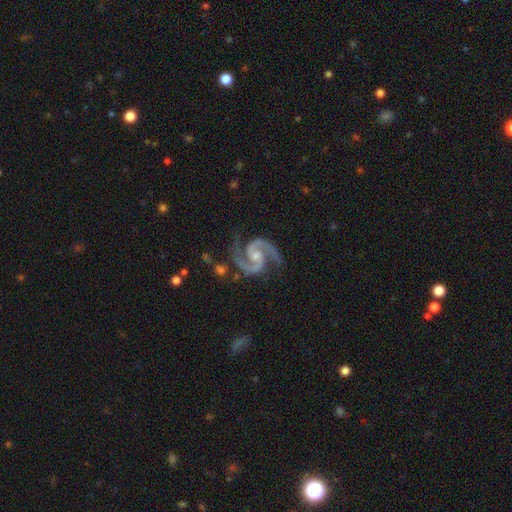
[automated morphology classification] Smooth or featured: featured or disk — 94% (star or artifact — 4%)
Edge-on disk: no — 98% (yes — 2%)
Bar: no — 53% (weak — 34%)
Spiral arms: yes — 99% (no — 1%)
Spiral winding: medium — 68% (tight — 23%)
Spiral arm count: 2 — 94% (3 — 2%)
Bulge size: small — 49% (moderate — 40%)
Merging: none — 79% (minor disturbance — 14%)